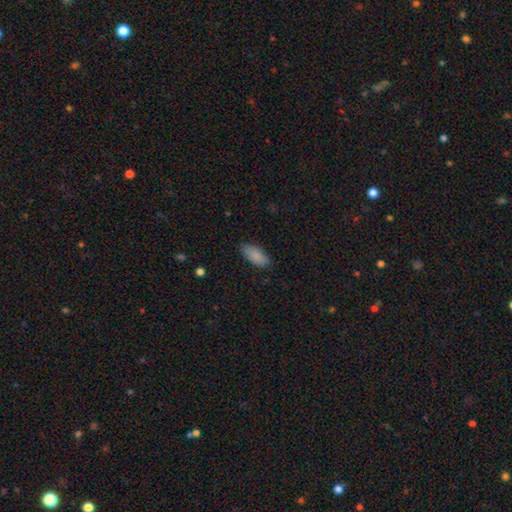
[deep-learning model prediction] Smooth or featured: smooth — 88% (star or artifact — 6%)
How rounded: in between — 87% (cigar-shaped — 11%)
Merging: none — 84% (minor disturbance — 12%)